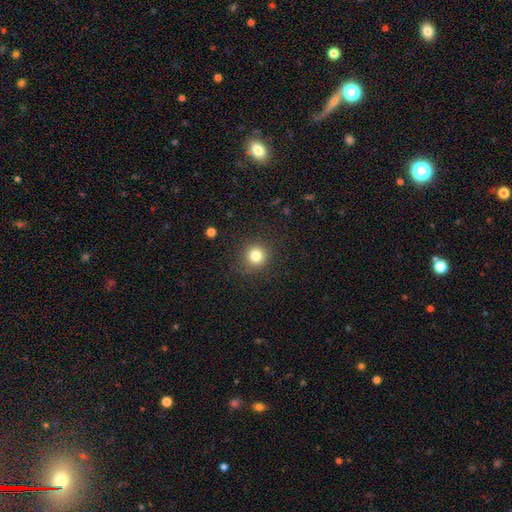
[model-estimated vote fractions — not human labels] A smooth galaxy with no disk features (81%) that is round (93%). Merging: none (88%).